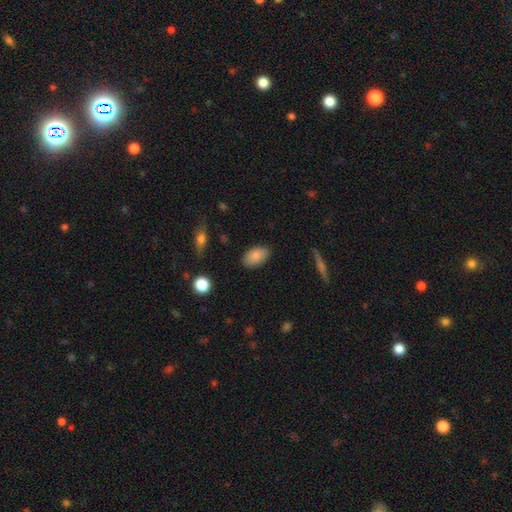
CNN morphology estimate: This appears to be a smooth galaxy with no disk features (86%) that is in between round and cigar-shaped (93%). Merging: none (86%).